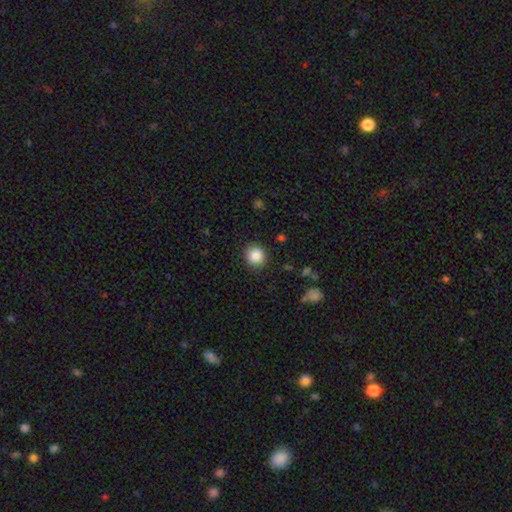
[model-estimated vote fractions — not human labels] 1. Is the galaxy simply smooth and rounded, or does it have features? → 87% smooth, 9% star or artifact, 4% featured or disk.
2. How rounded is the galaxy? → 87% round, 12% in between, 1% cigar-shaped.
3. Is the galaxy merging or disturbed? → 88% none, 8% minor disturbance, 2% major disturbance, 1% merger.